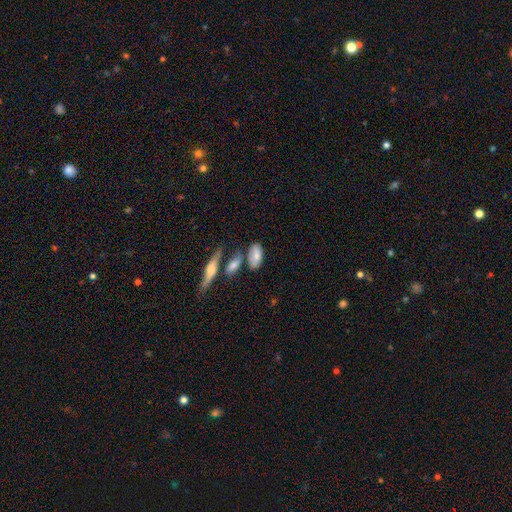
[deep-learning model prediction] Smooth or featured? Predicted: smooth (p=0.69). How rounded? Predicted: in between (p=0.89). Merging? Predicted: none (p=0.60).